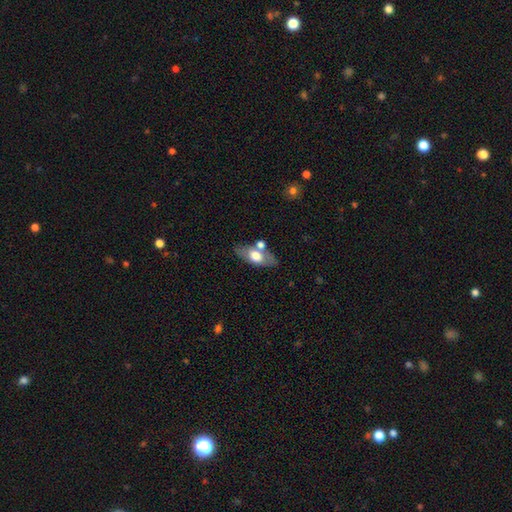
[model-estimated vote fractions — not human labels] A smooth galaxy with no disk features (56%) that is in between round and cigar-shaped (83%).

Vote fractions:
- Smooth or featured? smooth: 56% / featured or disk: 37% / star or artifact: 7%
- How rounded? in between: 83% / cigar-shaped: 11% / round: 5%
- Merging? none: 62% / merger: 18% / minor disturbance: 15% / major disturbance: 5%